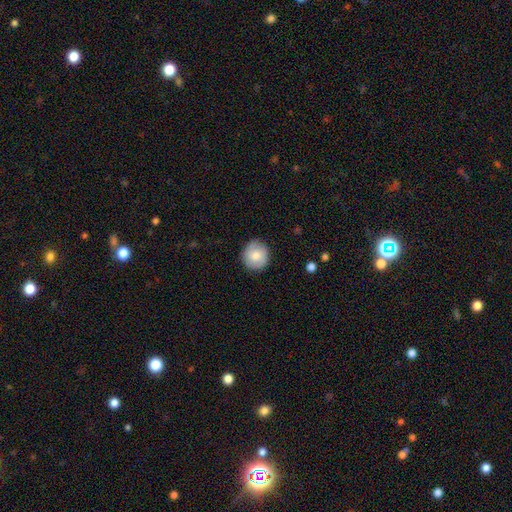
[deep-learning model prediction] This appears to be a smooth galaxy with no disk features (75%) that is round (91%). Merging: none (85%).